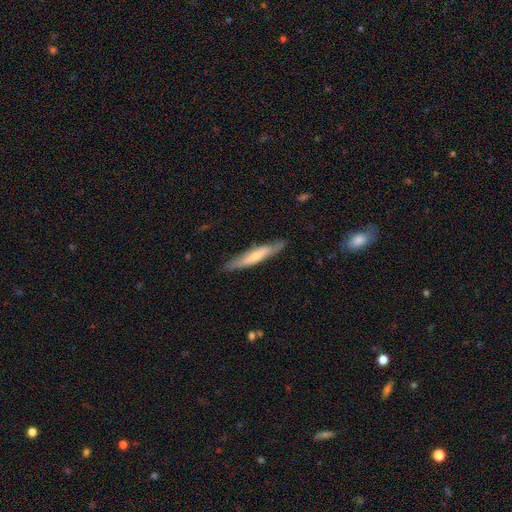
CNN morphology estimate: smooth_or_featured: smooth (p=0.49) [alt: featured or disk p=0.46]
merging: none (p=0.85) [alt: minor disturbance p=0.11]